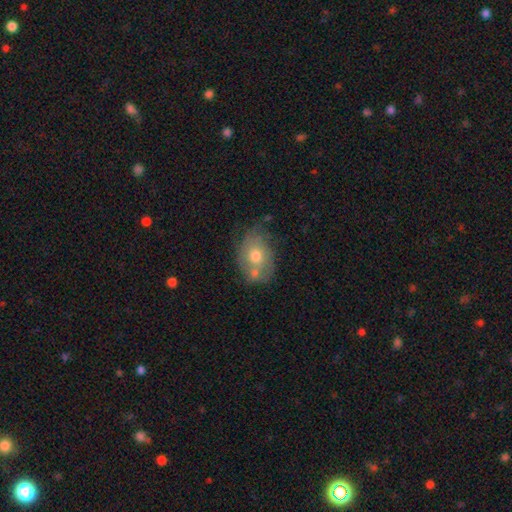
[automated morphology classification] Smooth or featured? Predicted: smooth (p=0.59). How rounded? Predicted: in between (p=0.66). Merging? Predicted: none (p=0.45).